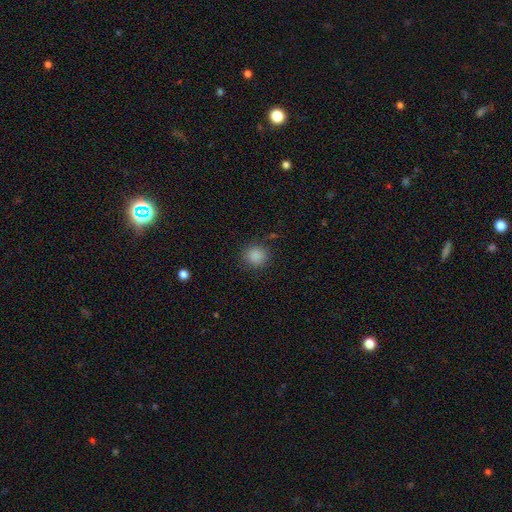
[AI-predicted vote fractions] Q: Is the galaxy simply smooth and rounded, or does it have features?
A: smooth — 86%.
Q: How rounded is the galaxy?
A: round — 91%.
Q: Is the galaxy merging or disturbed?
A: none — 87%.